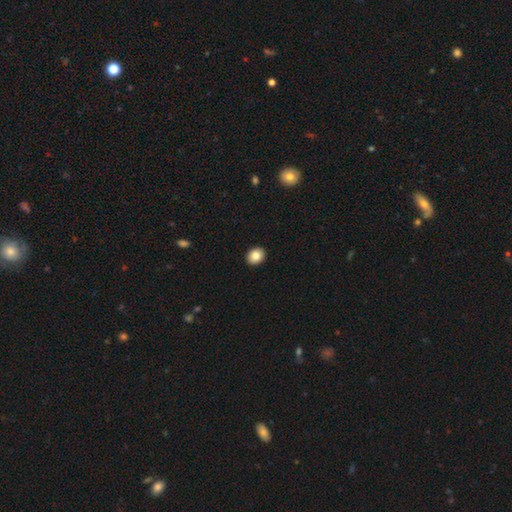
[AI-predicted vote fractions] Smooth or featured? smooth (85%)
How rounded? round (52%)
Merging? none (92%)